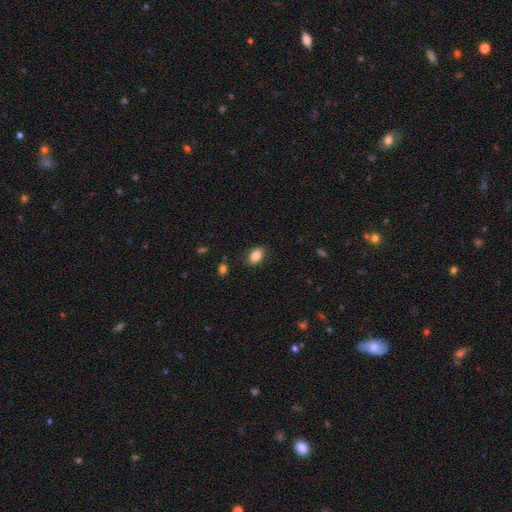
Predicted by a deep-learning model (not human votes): A smooth galaxy with no disk features (86%) that is in between round and cigar-shaped (88%).

Vote fractions:
- Smooth or featured? smooth: 86% / star or artifact: 8% / featured or disk: 6%
- How rounded? in between: 88% / round: 10% / cigar-shaped: 2%
- Merging? none: 84% / minor disturbance: 12% / major disturbance: 3% / merger: 1%